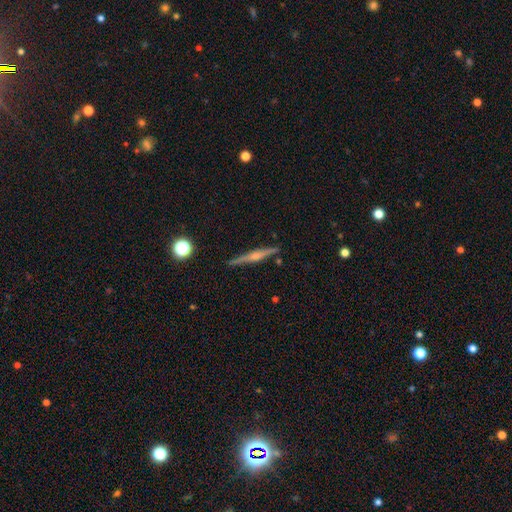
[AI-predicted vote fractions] A featured or disk galaxy (75%) viewed edge-on (98%) with a rounded central bulge (82%).

Vote fractions:
- Smooth or featured? featured or disk: 75% / smooth: 19% / star or artifact: 7%
- Edge-on disk? yes: 98% / no: 2%
- Edge-on bulge? rounded: 82% / boxy: 10% / none: 8%
- Merging? none: 89% / minor disturbance: 8% / major disturbance: 2% / merger: 2%